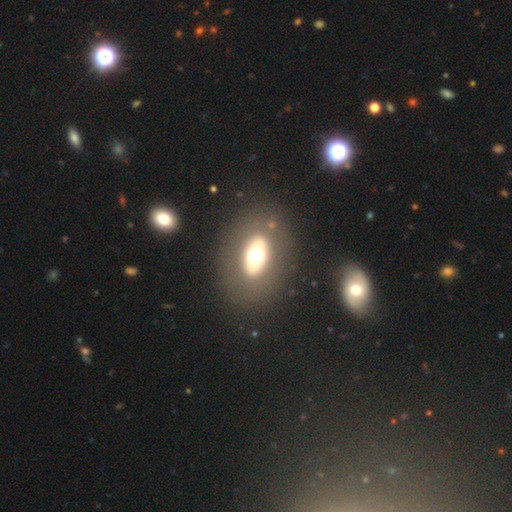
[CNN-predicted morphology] smooth_or_featured: smooth (p=0.51) [alt: featured or disk p=0.35]
how_rounded: in between (p=0.71) [alt: round p=0.27]
merging: none (p=0.81) [alt: minor disturbance p=0.09]